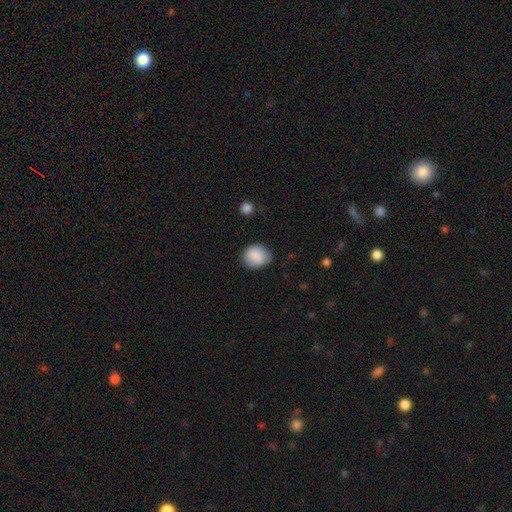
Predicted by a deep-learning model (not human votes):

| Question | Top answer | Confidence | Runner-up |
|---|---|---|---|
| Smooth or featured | smooth | 83% | featured or disk (10%) |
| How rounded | round | 66% | in between (33%) |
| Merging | none | 74% | minor disturbance (20%) |